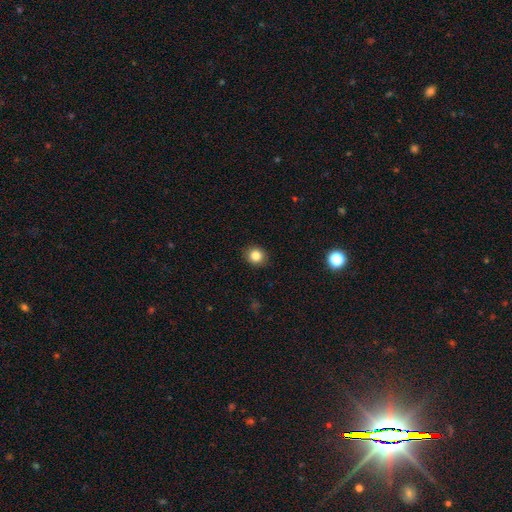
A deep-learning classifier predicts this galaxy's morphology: Smooth or featured? Predicted: smooth (p=0.84). How rounded? Predicted: round (p=0.78). Merging? Predicted: none (p=0.90).